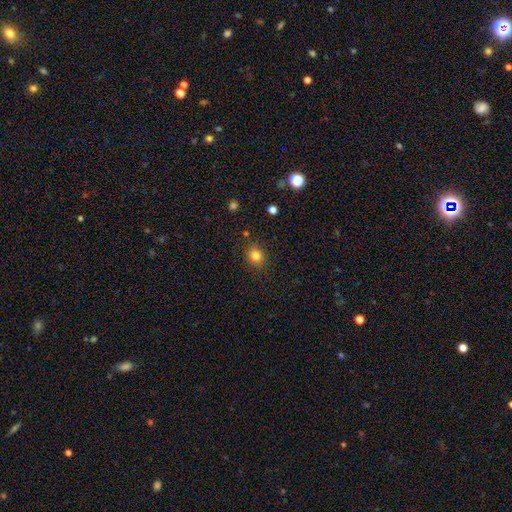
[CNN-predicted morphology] This appears to be a smooth galaxy with no disk features (81%) that is round (73%). Merging: none (86%).